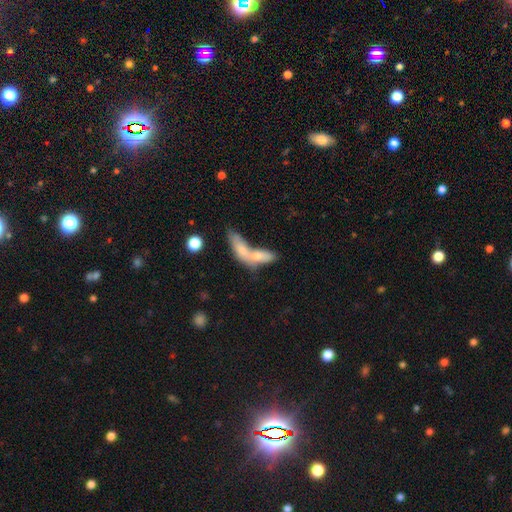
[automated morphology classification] Smooth or featured? Predicted: smooth (p=0.69). How rounded? Predicted: in between (p=0.60). Merging? Predicted: merger (p=0.70).